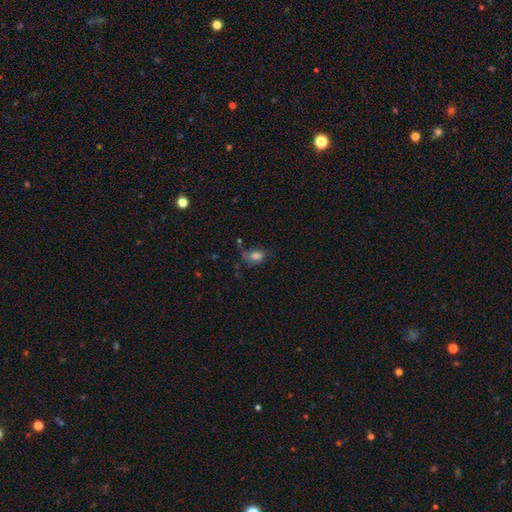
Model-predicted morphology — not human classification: Smooth or featured?
  - smooth: 80% *
  - star or artifact: 11%
  - featured or disk: 10%
How rounded?
  - in between: 83% *
  - round: 15%
  - cigar-shaped: 2%
Merging?
  - none: 47% *
  - minor disturbance: 30%
  - major disturbance: 15%
  - merger: 7%